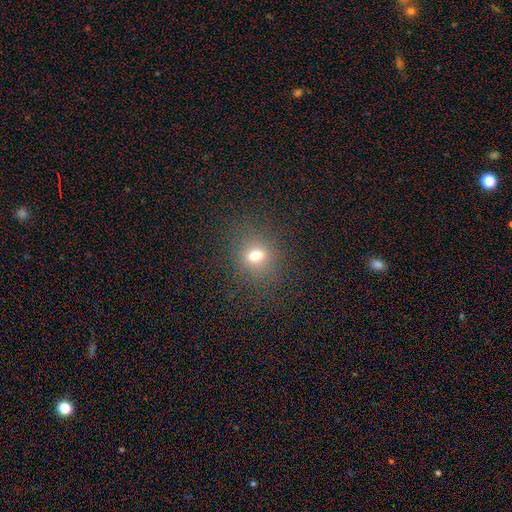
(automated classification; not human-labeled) A smooth galaxy with no disk features (67%) that is round (71%).

Vote fractions:
- Smooth or featured? smooth: 67% / star or artifact: 20% / featured or disk: 13%
- How rounded? round: 71% / in between: 28% / cigar-shaped: 2%
- Merging? none: 84% / minor disturbance: 9% / major disturbance: 5% / merger: 1%